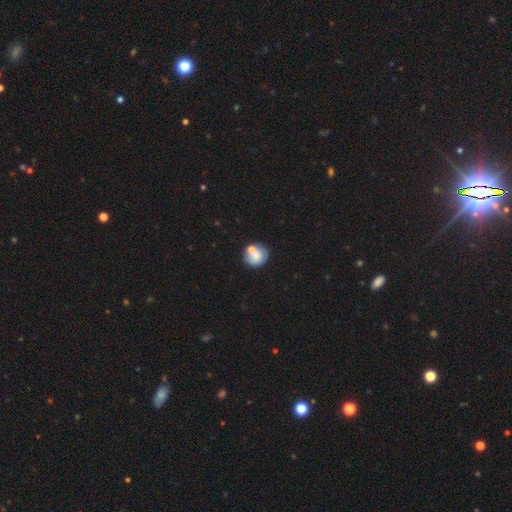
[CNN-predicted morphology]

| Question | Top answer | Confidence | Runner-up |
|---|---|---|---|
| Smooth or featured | smooth | 69% | featured or disk (22%) |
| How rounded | round | 81% | in between (18%) |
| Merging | none | 55% | merger (23%) |